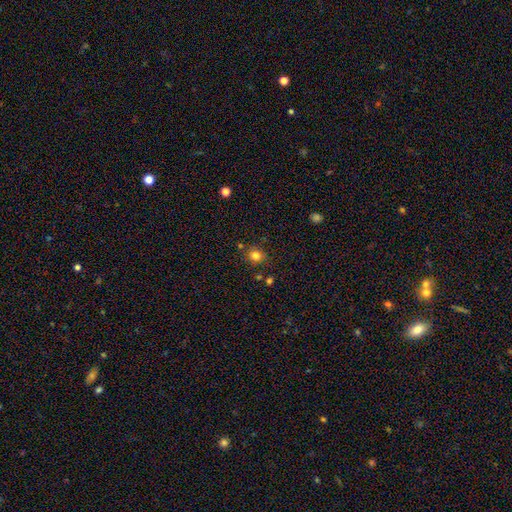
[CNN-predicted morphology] This appears to be a smooth galaxy with no disk features (80%) that is round (81%). Merging: none (80%).